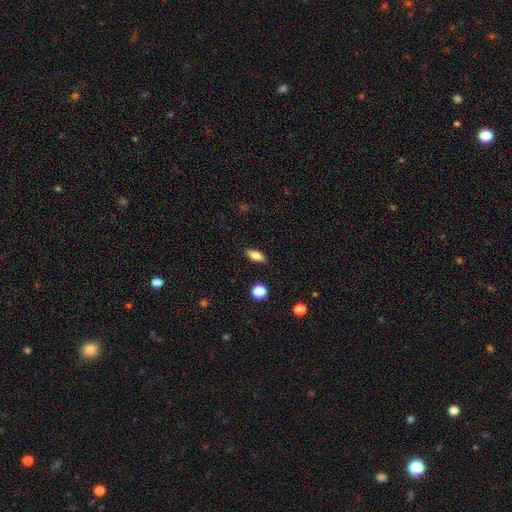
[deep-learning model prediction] smooth-or-featured: smooth: 76% | featured or disk: 16% | star or artifact: 8%
  how-rounded: in between: 77% | cigar-shaped: 18% | round: 5%
  merging: none: 88% | minor disturbance: 9% | major disturbance: 2% | merger: 1%